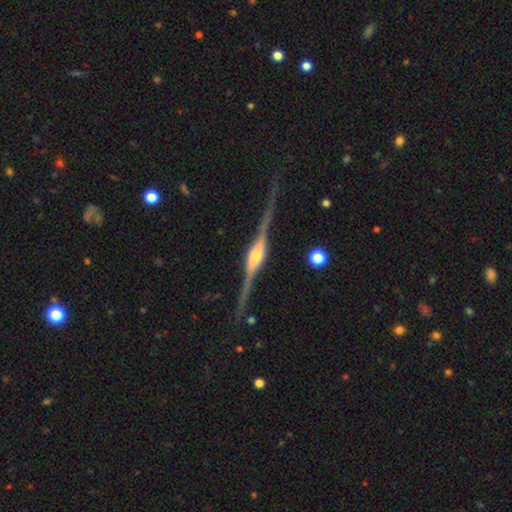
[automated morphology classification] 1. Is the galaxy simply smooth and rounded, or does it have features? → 91% featured or disk, 6% smooth, 4% star or artifact.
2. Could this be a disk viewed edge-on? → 97% yes, 3% no.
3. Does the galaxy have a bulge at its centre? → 87% rounded, 11% boxy, 3% none.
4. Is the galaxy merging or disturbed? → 82% none, 12% minor disturbance, 4% major disturbance, 2% merger.